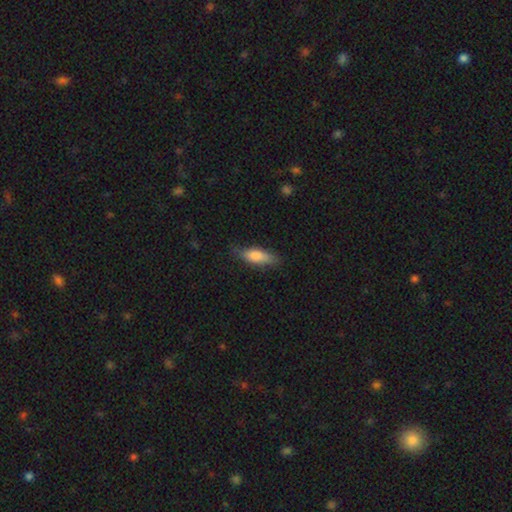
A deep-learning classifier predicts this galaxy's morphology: type=smooth (78%); roundness=in between (61%); merging=none (75%).